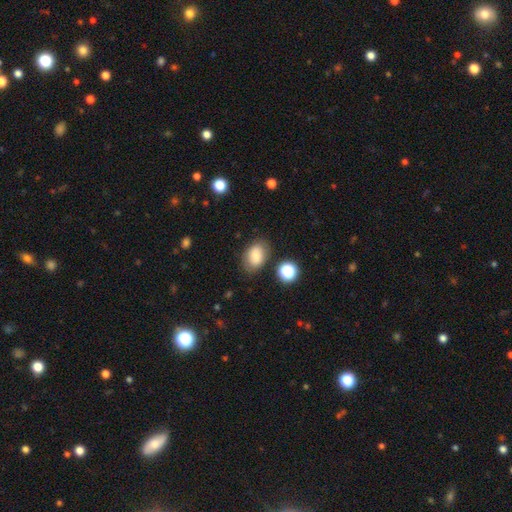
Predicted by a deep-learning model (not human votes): This is likely a smooth galaxy (79%). How rounded: clearly in between (83%). Merging: likely none (78%).